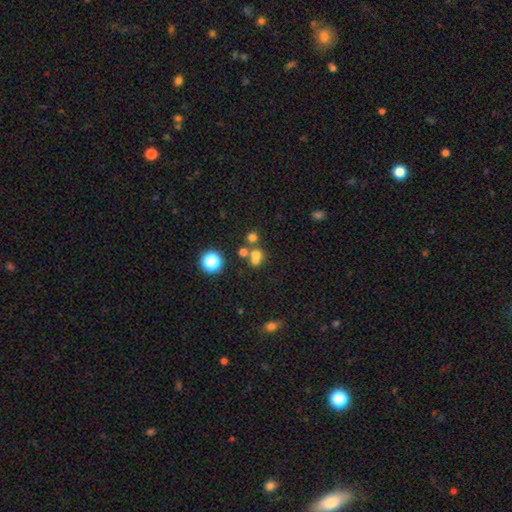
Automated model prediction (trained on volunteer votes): A smooth galaxy with no disk features (65%) that is round (76%). Merging: merger (44%).